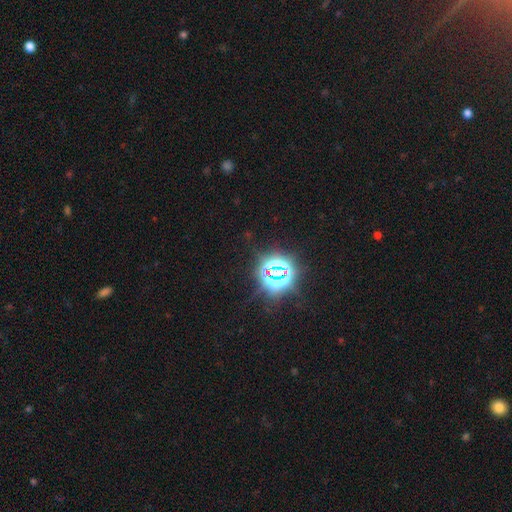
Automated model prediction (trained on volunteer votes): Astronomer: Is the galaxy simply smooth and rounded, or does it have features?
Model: star or artifact — 76%.